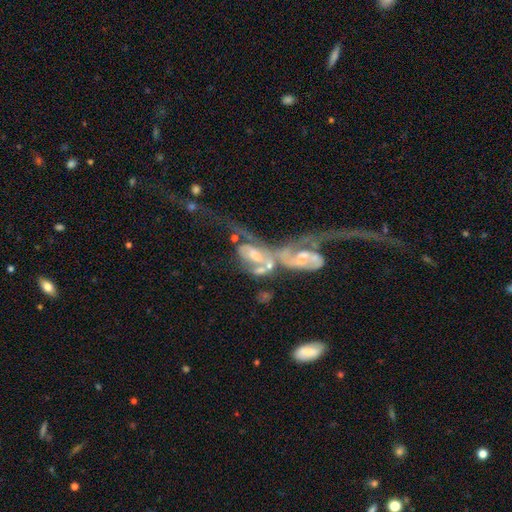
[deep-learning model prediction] Smooth or featured: featured or disk — 75% (smooth — 14%)
Edge-on disk: no — 92% (yes — 8%)
Bar: no — 59% (weak — 27%)
Spiral arms: yes — 73% (no — 27%)
Spiral winding: loose — 52% (medium — 27%)
Spiral arm count: 2 — 45% (can't tell — 26%)
Bulge size: moderate — 34% (small — 32%)
Merging: merger — 67% (major disturbance — 21%)